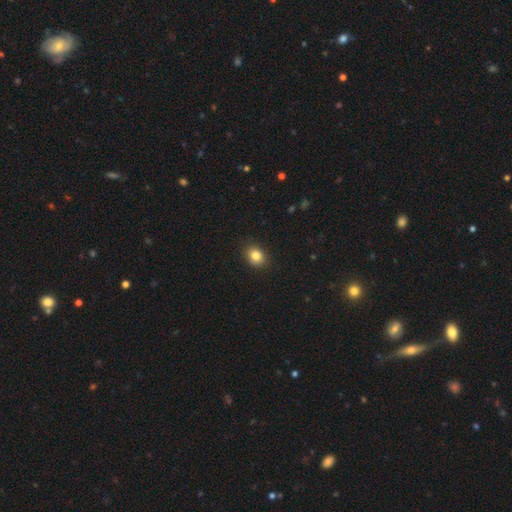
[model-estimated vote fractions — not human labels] A smooth galaxy with no disk features (84%) that is in between round and cigar-shaped (53%).

Vote fractions:
- Smooth or featured? smooth: 84% / star or artifact: 10% / featured or disk: 6%
- How rounded? in between: 53% / round: 46% / cigar-shaped: 1%
- Merging? none: 89% / minor disturbance: 8% / major disturbance: 2% / merger: 1%